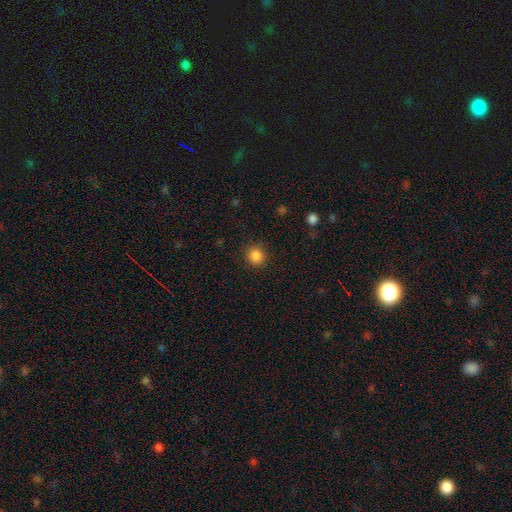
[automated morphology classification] smooth-or-featured: smooth: 86% | star or artifact: 11% | featured or disk: 3%
  how-rounded: round: 89% | in between: 10% | cigar-shaped: 1%
  merging: none: 88% | minor disturbance: 8% | major disturbance: 3% | merger: 1%